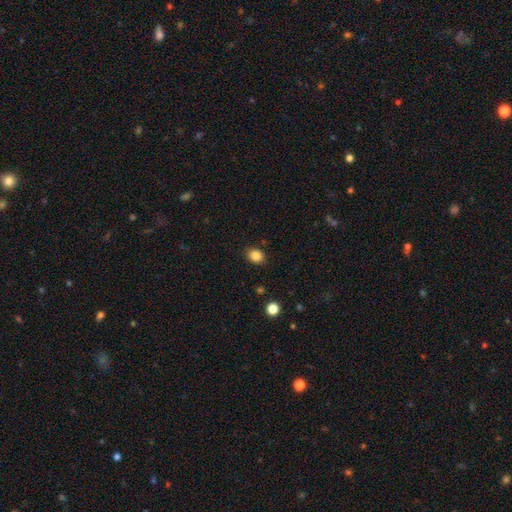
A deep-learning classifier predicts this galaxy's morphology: Overall: smooth (86%). How rounded: in between (52%; round 47%). Merging: none (87%).